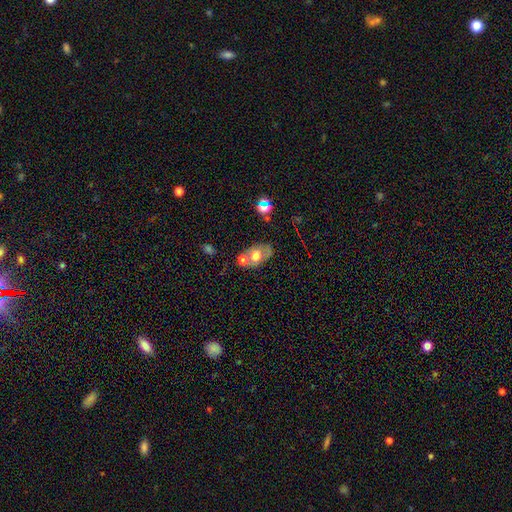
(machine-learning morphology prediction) smooth 56%, featured or disk 34%, star or artifact 10%. Down the decision tree: how rounded — in between (80%); merging — none (44%).